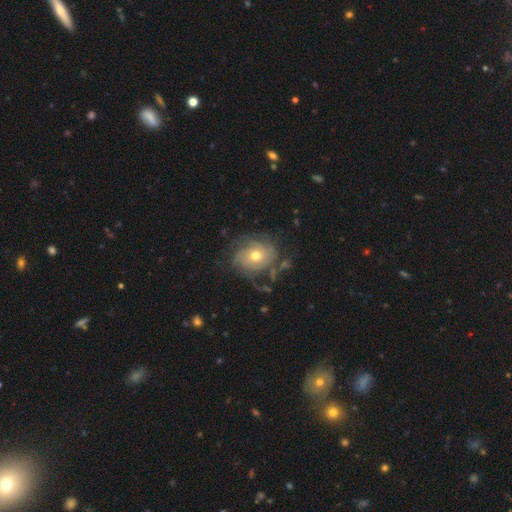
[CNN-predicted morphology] This is likely a featured or disk galaxy (74%). It is clearly not viewed edge-on (97%). Bar: clearly no (82%). Spiral arm pattern: clearly yes (86%). Spiral arm count: marginally can't tell (41%). Spiral winding: possibly tight (59%). Central bulge: likely moderate (68%). Merging: likely none (62%).